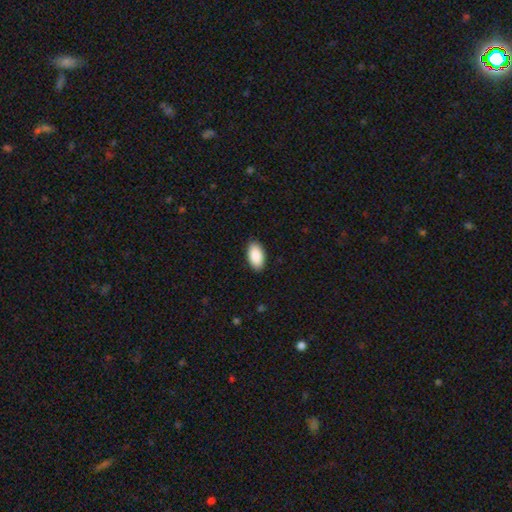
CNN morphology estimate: type=smooth (90%); roundness=in between (96%); merging=none (89%).